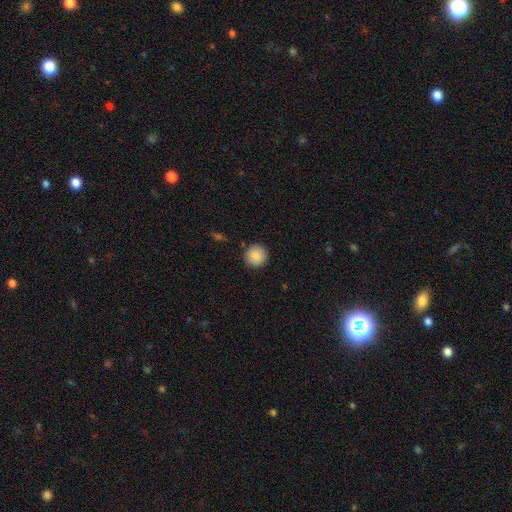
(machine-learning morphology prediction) Overall: smooth (88%). How rounded: round (95%). Merging: none (91%).